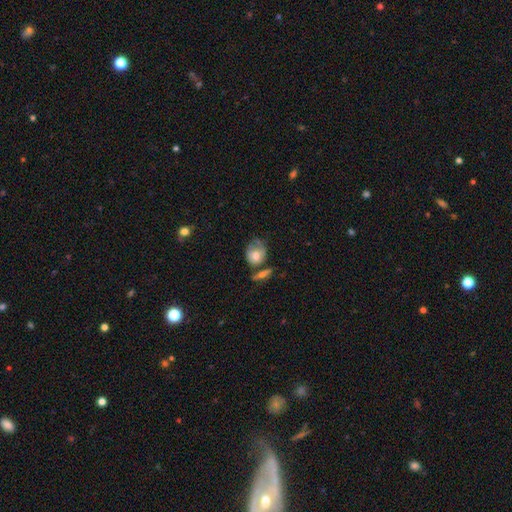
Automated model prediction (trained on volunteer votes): Morphology: type=smooth (66%); roundness=round (52%); merging=none (35%).